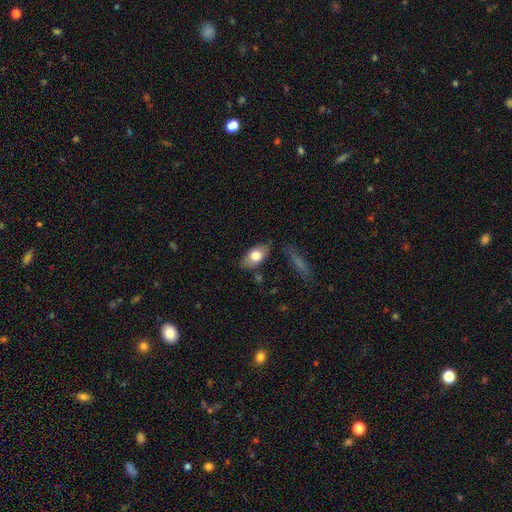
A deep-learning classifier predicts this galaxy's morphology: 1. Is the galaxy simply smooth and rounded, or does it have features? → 73% smooth, 20% featured or disk, 7% star or artifact.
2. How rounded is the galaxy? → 88% in between, 7% round, 5% cigar-shaped.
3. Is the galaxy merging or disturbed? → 74% none, 18% minor disturbance, 4% major disturbance, 4% merger.